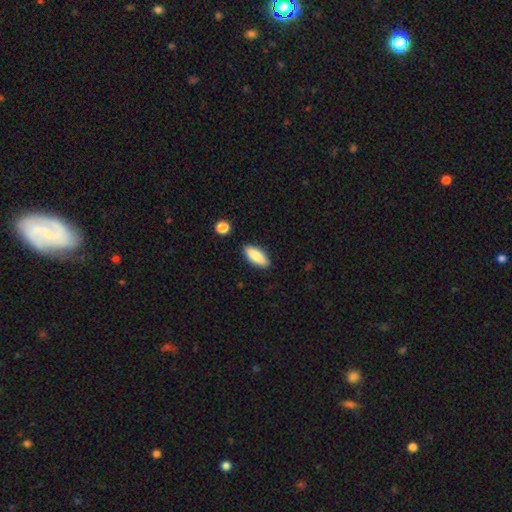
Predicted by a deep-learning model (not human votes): Overall: smooth (86%). How rounded: in between (72%). Merging: none (85%).